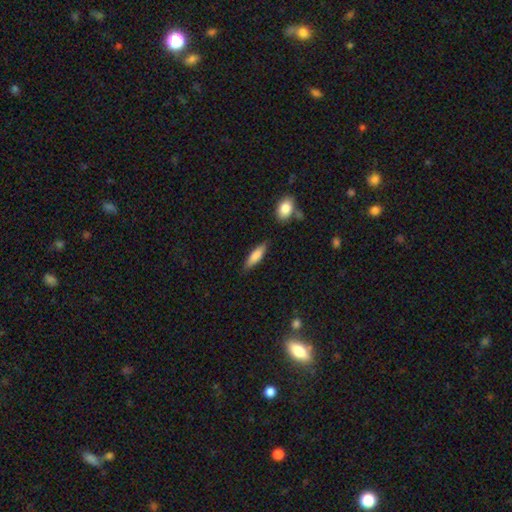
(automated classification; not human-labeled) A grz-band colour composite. It shows a smooth galaxy with no disk features (79%) that is cigar-shaped (60%). Merging: none (82%).